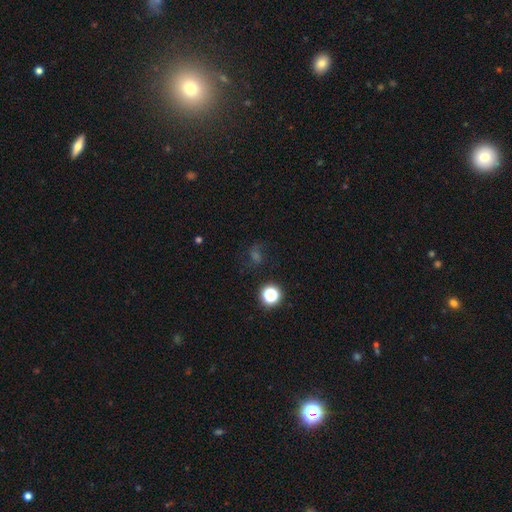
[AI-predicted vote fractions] smooth_or_featured: star or artifact (p=0.44) [alt: smooth p=0.35]